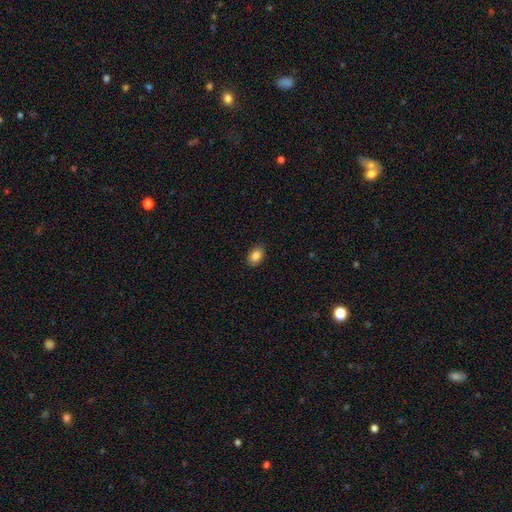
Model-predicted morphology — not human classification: The model was most divided on "how rounded": in between: 82%, round: 16%, cigar-shaped: 1%. More confident: merging — none (87%); smooth or featured — smooth (87%).